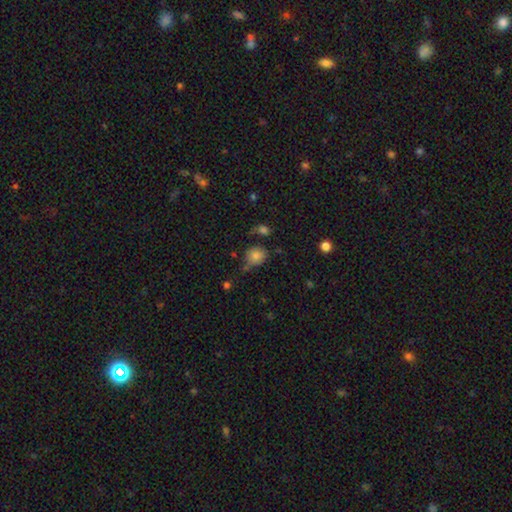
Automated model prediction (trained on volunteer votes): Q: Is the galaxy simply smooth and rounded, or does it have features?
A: smooth — 80%.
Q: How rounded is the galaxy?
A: round — 72%.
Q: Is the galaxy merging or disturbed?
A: none — 62%.